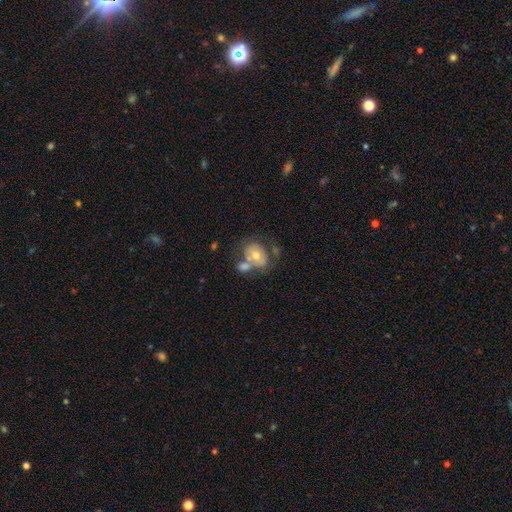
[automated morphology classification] type=smooth (55%); roundness=in between (52%); merging=merger (42%).